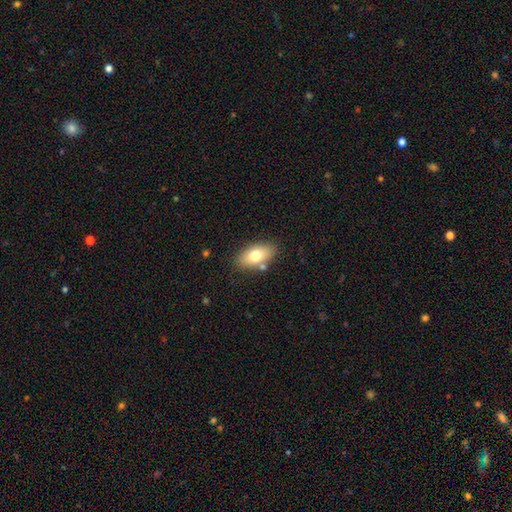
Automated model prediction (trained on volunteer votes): Smooth or featured?
  - smooth: 75% *
  - featured or disk: 18%
  - star or artifact: 7%
How rounded?
  - in between: 91% *
  - round: 5%
  - cigar-shaped: 4%
Merging?
  - none: 78% *
  - minor disturbance: 12%
  - merger: 7%
  - major disturbance: 3%